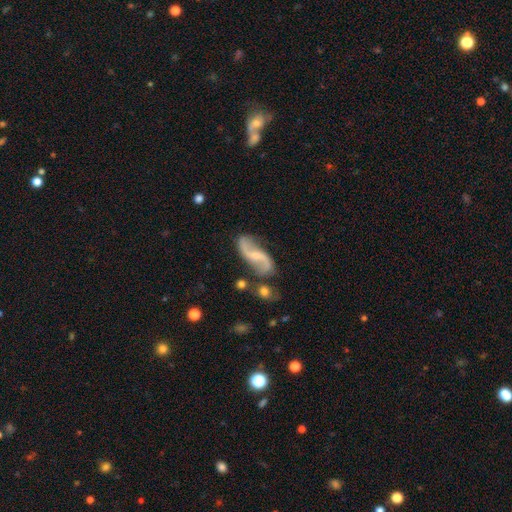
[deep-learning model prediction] Smooth or featured? Predicted: featured or disk (p=0.86). Edge-on disk? Predicted: no (p=0.96). Bar? Predicted: no (p=0.43). Spiral arms? Predicted: yes (p=0.96). Spiral winding? Predicted: loose (p=0.74). Spiral arm count? Predicted: 2 (p=0.93). Bulge size? Predicted: small (p=0.52). Merging? Predicted: none (p=0.72).